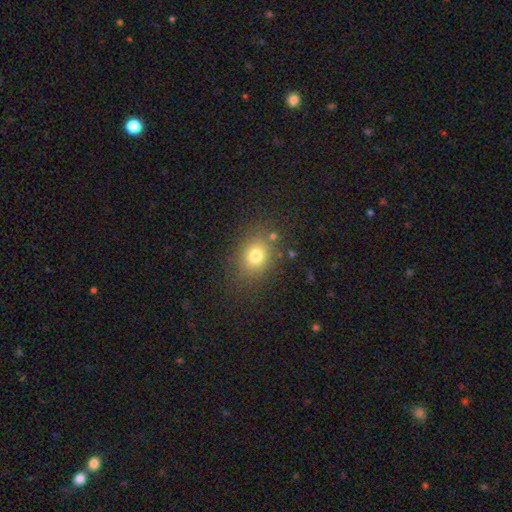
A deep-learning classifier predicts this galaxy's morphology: Smooth or featured?
  - smooth: 76% *
  - star or artifact: 14%
  - featured or disk: 10%
How rounded?
  - in between: 50% *
  - round: 49%
  - cigar-shaped: 1%
Merging?
  - none: 81% *
  - minor disturbance: 11%
  - major disturbance: 5%
  - merger: 3%